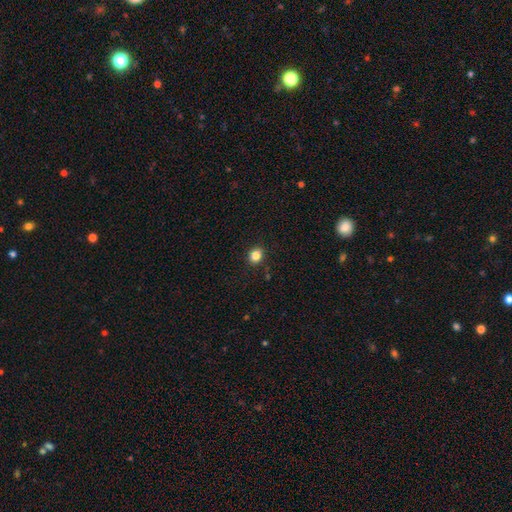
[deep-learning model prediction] Smooth or featured: smooth — 84% (star or artifact — 11%)
How rounded: round — 70% (in between — 29%)
Merging: none — 89% (minor disturbance — 7%)